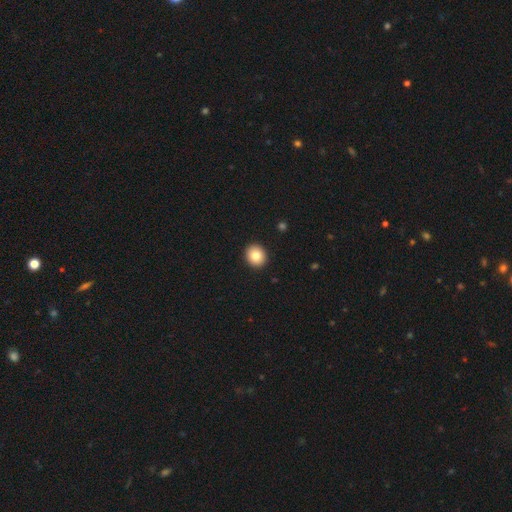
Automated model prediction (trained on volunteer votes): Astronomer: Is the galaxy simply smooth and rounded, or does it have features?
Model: smooth — 82%.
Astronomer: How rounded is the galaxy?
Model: round — 79%.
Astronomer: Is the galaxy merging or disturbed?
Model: none — 93%.